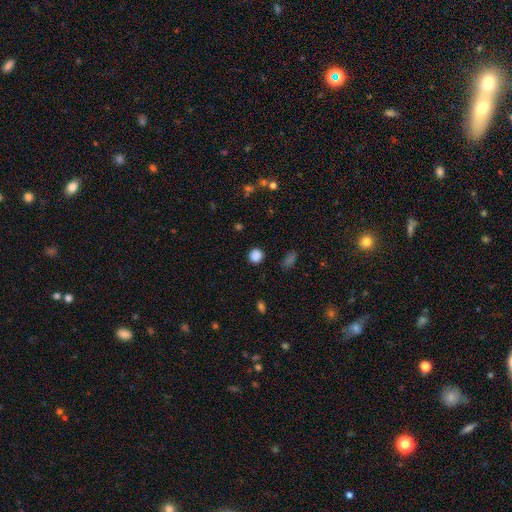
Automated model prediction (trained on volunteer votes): This appears to be a smooth galaxy with no disk features (84%) that is round (91%). Merging: none (88%).